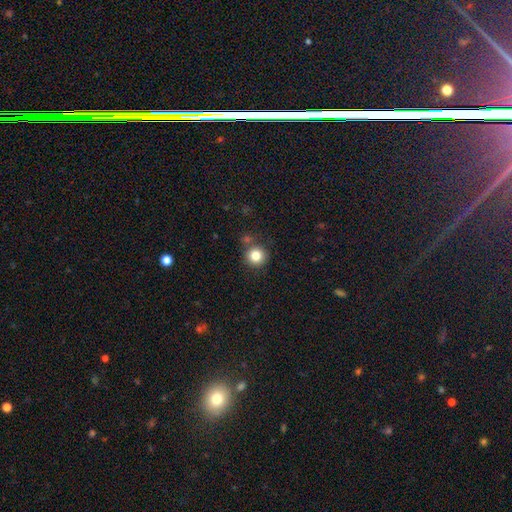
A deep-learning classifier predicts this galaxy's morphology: Smooth or featured?
  - smooth: 82% *
  - star or artifact: 12%
  - featured or disk: 6%
How rounded?
  - round: 94% *
  - in between: 5%
  - cigar-shaped: 1%
Merging?
  - none: 82% *
  - minor disturbance: 8%
  - merger: 8%
  - major disturbance: 3%